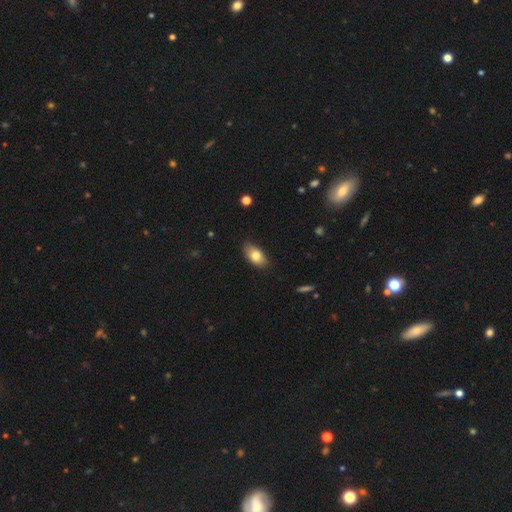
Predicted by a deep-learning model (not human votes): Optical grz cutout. It shows a smooth galaxy with no disk features (79%) that is in between round and cigar-shaped (90%). Merging: none (81%).